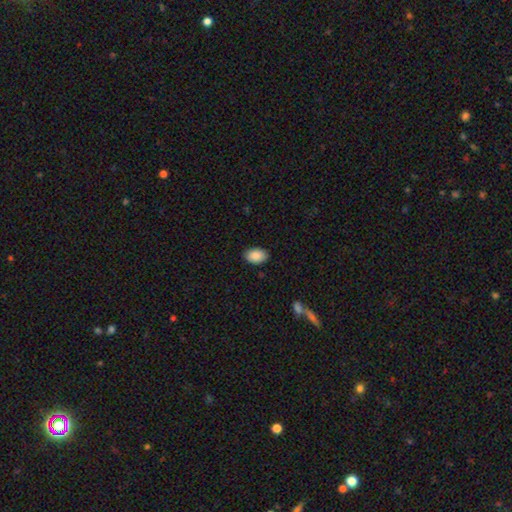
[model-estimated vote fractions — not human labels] Smooth or featured?
  - smooth: 89% *
  - star or artifact: 7%
  - featured or disk: 4%
How rounded?
  - in between: 89% *
  - round: 10%
  - cigar-shaped: 1%
Merging?
  - none: 87% *
  - minor disturbance: 10%
  - major disturbance: 2%
  - merger: 1%